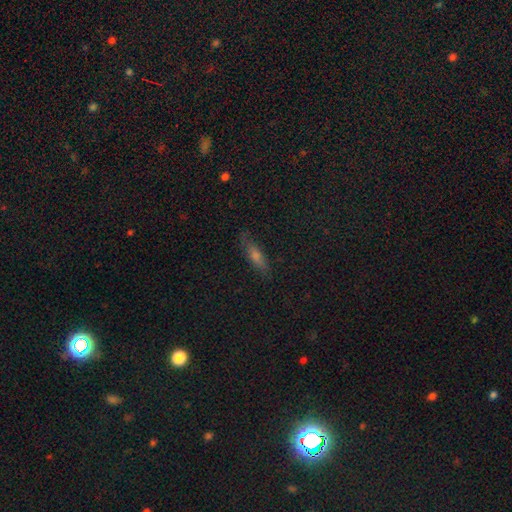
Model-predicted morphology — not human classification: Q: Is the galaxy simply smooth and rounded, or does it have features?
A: smooth — 54%.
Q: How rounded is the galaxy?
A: cigar-shaped — 65%.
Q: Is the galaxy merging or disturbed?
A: none — 80%.